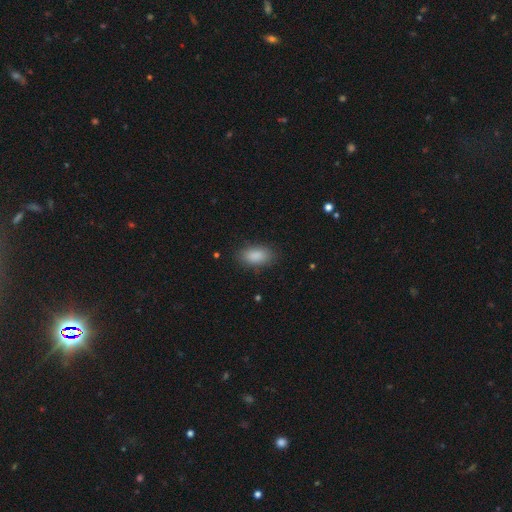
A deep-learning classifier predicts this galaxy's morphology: A smooth galaxy with no disk features (88%) that is in between round and cigar-shaped (92%). Merging: none (85%).